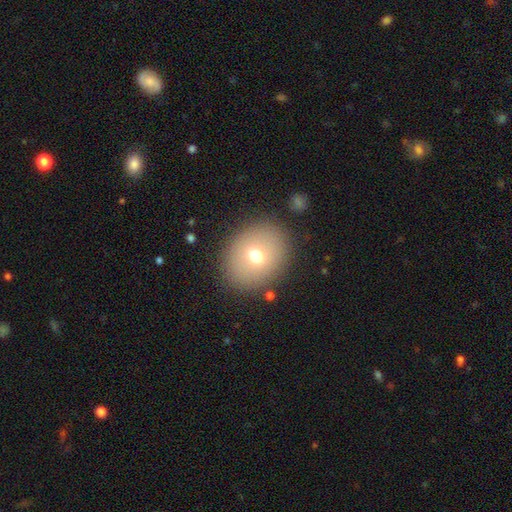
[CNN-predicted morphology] Overall: smooth (68%). How rounded: round (54%; in between 45%). Merging: none (85%).